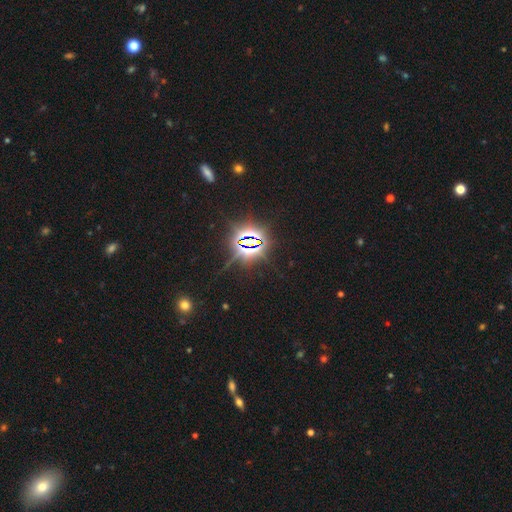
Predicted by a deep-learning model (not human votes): Morphology: type=star or artifact (83%).